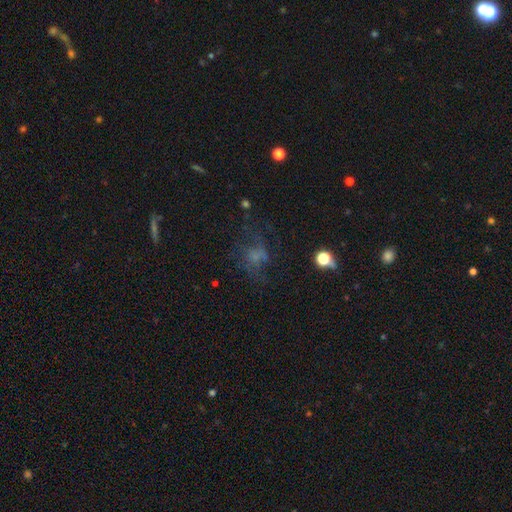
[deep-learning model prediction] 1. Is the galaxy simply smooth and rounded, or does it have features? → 43% smooth, 33% featured or disk, 24% star or artifact.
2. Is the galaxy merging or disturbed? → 47% none, 30% major disturbance, 19% minor disturbance, 3% merger.